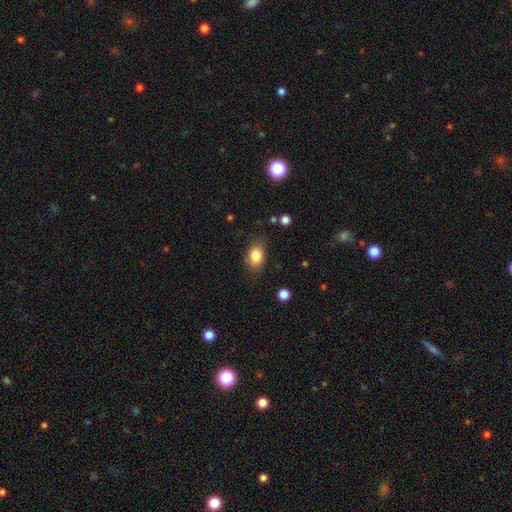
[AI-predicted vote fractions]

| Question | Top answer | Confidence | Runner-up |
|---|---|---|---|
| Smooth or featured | smooth | 84% | star or artifact (9%) |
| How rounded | in between | 78% | round (21%) |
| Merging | none | 79% | minor disturbance (15%) |